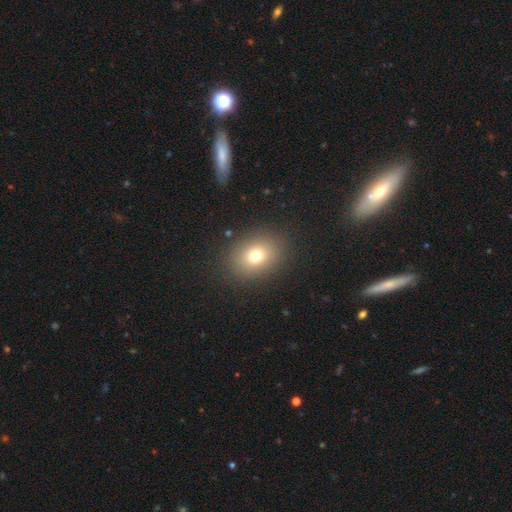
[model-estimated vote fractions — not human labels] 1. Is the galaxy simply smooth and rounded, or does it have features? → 74% smooth, 14% star or artifact, 11% featured or disk.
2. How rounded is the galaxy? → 53% in between, 46% round, 1% cigar-shaped.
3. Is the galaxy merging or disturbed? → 87% none, 8% minor disturbance, 4% major disturbance, 1% merger.